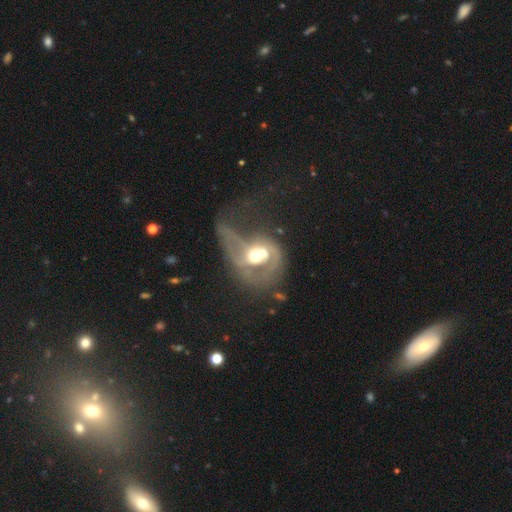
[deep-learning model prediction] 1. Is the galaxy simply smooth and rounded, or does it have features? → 68% featured or disk, 25% smooth, 8% star or artifact.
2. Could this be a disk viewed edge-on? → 96% no, 4% yes.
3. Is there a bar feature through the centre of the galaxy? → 72% no, 21% weak, 7% strong.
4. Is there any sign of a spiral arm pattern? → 62% yes, 38% no.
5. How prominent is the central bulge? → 62% moderate, 24% large, 9% small, 3% dominant, 2% none.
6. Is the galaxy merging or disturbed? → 39% major disturbance, 35% merger, 15% none, 11% minor disturbance.